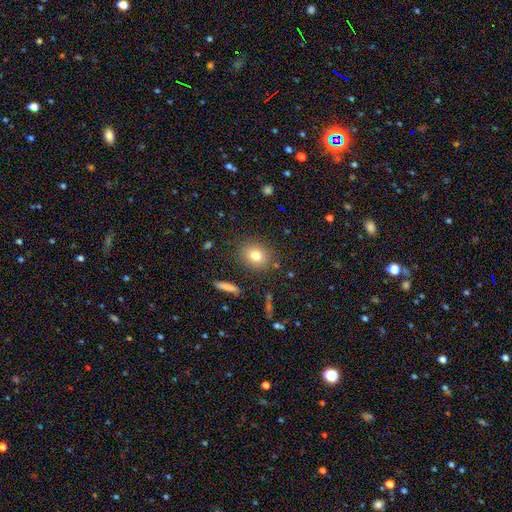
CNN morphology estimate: smooth_or_featured: smooth (p=0.78) [alt: star or artifact p=0.11]
how_rounded: round (p=0.55) [alt: in between p=0.43]
merging: none (p=0.84) [alt: minor disturbance p=0.10]